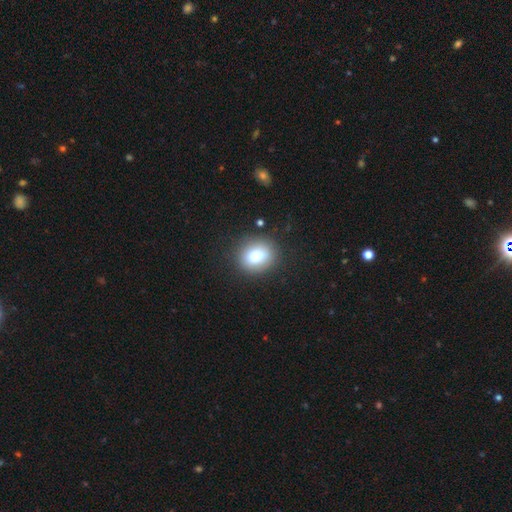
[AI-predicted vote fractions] Smooth or featured?
  - smooth: 76% *
  - featured or disk: 14%
  - star or artifact: 10%
How rounded?
  - round: 63% *
  - in between: 36%
  - cigar-shaped: 1%
Merging?
  - none: 85% *
  - minor disturbance: 10%
  - major disturbance: 3%
  - merger: 2%